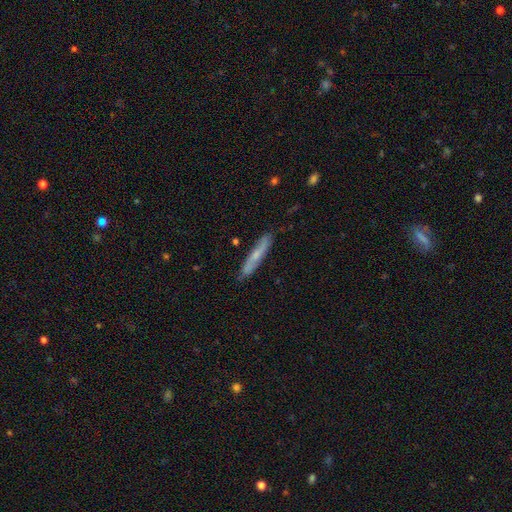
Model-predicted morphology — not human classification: This appears to be a featured or disk galaxy (47%, tied with smooth). Merging: none (83%).